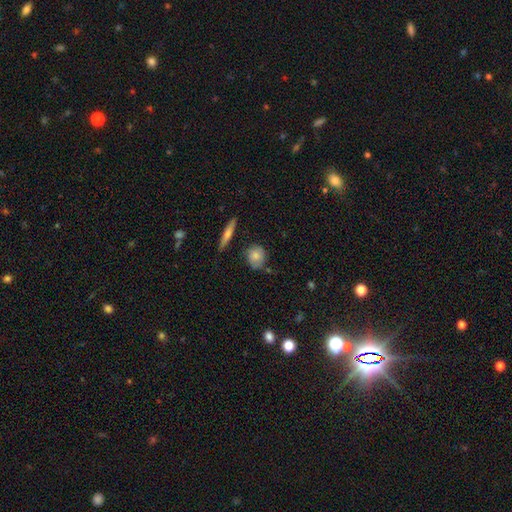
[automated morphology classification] A smooth galaxy with no disk features (73%) that is round (69%).

Vote fractions:
- Smooth or featured? smooth: 73% / featured or disk: 19% / star or artifact: 8%
- How rounded? round: 69% / in between: 27% / cigar-shaped: 4%
- Merging? none: 69% / minor disturbance: 22% / major disturbance: 5% / merger: 4%